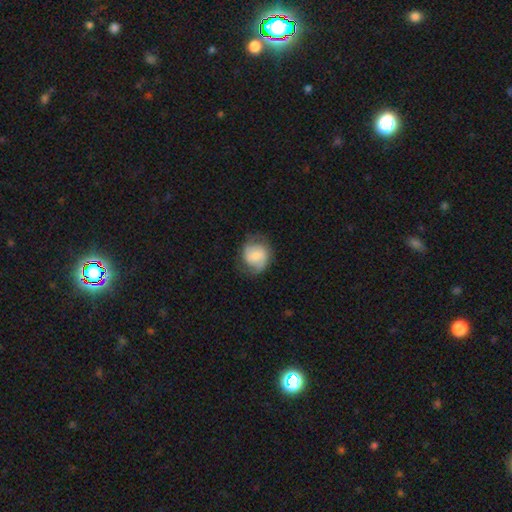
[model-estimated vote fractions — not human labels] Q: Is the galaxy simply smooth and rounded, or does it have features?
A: smooth — 50%.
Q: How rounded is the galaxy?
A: round — 76%.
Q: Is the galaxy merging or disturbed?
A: none — 67%.